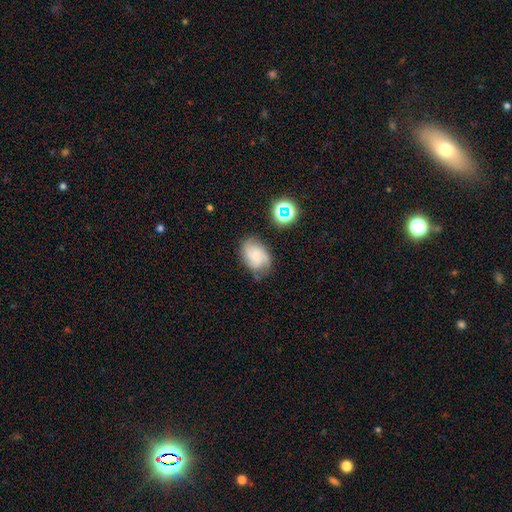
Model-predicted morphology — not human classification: Q: Smooth or featured?
A: smooth (51%); runner-up: featured or disk (36%)
Q: How rounded?
A: in between (76%); runner-up: round (23%)
Q: Merging?
A: none (62%); runner-up: minor disturbance (25%)